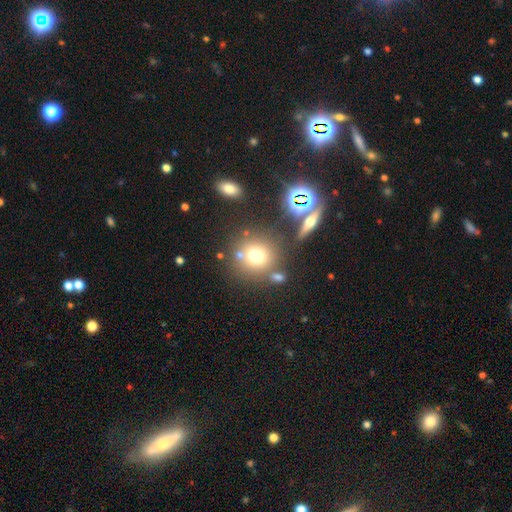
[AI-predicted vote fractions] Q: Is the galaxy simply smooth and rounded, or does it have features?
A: smooth — 69%.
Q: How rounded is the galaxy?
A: round — 89%.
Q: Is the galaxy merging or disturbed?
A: none — 72%.